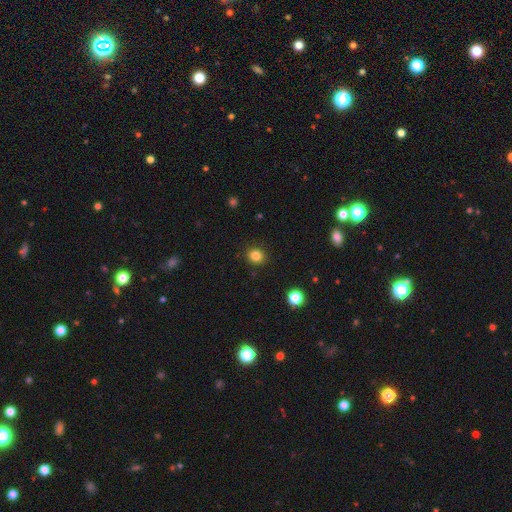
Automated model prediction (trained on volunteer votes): A smooth galaxy with no disk features (83%) that is round (79%). Merging: none (90%).